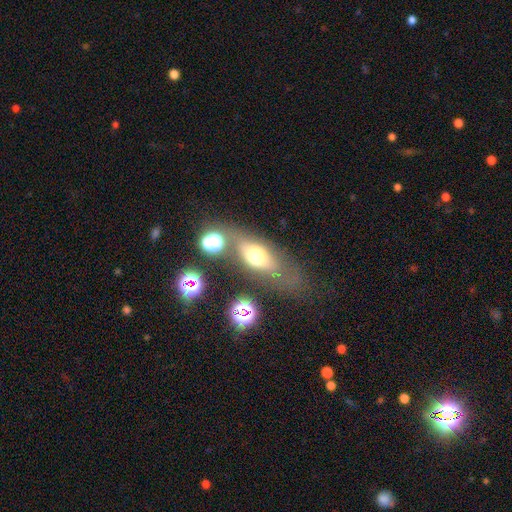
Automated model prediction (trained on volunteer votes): This is likely a smooth galaxy (60%). How rounded: likely in between (70%). Merging: possibly none (56%).